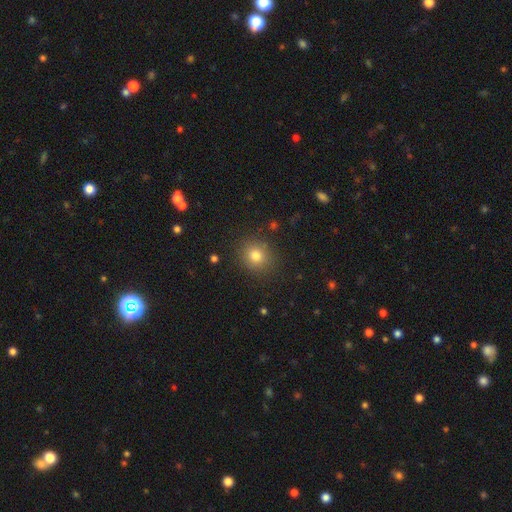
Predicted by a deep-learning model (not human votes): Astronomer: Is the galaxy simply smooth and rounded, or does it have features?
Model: smooth — 78%.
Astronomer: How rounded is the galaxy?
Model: round — 83%.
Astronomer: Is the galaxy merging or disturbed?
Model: none — 88%.